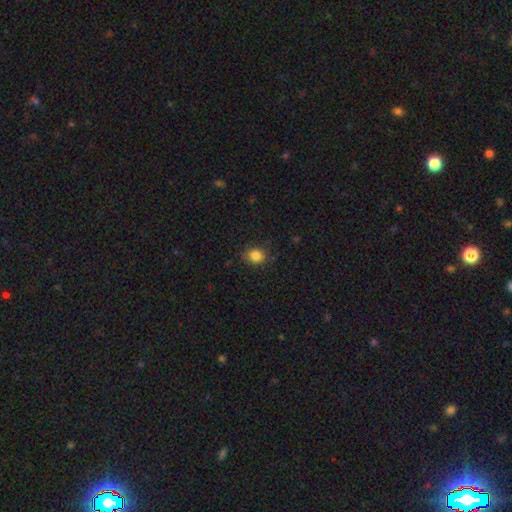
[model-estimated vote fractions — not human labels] A smooth galaxy with no disk features (85%) that is round (64%). Merging: none (83%).